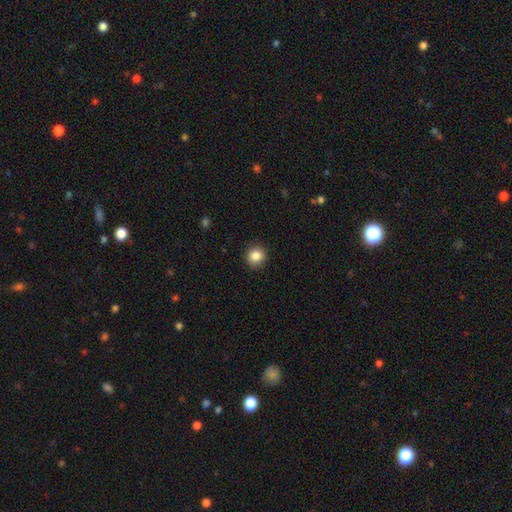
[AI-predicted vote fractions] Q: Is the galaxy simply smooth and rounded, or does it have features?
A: smooth — 86%.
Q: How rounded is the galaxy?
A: round — 87%.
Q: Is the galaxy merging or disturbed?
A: none — 89%.